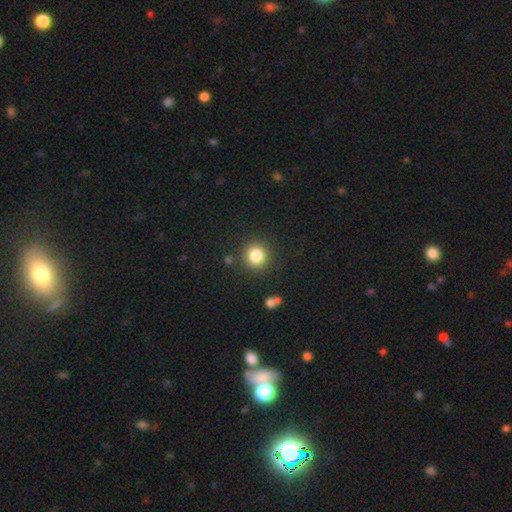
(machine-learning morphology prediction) This appears to be a smooth galaxy with no disk features (83%) that is round (92%). Merging: none (87%).